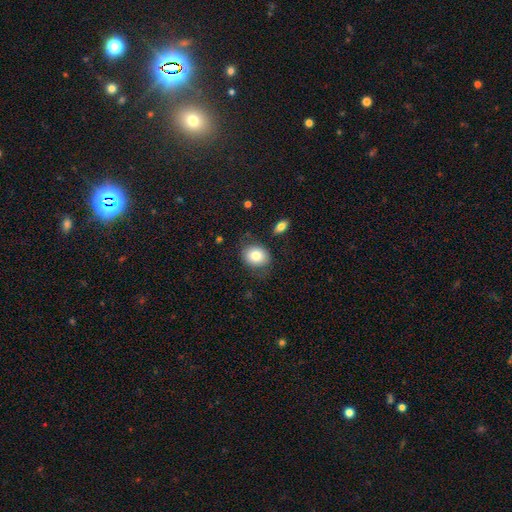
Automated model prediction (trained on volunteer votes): A smooth galaxy with no disk features (80%) that is round (56%).

Vote fractions:
- Smooth or featured? smooth: 80% / featured or disk: 12% / star or artifact: 9%
- How rounded? round: 56% / in between: 43% / cigar-shaped: 1%
- Merging? none: 74% / minor disturbance: 17% / major disturbance: 6% / merger: 3%